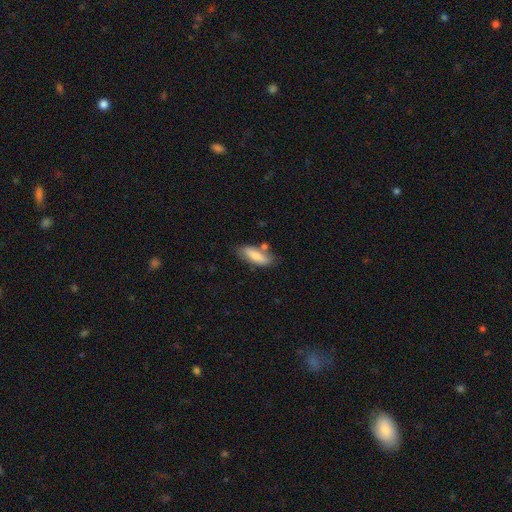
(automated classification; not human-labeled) Smooth or featured? smooth (73%)
How rounded? in between (60%)
Merging? none (67%)